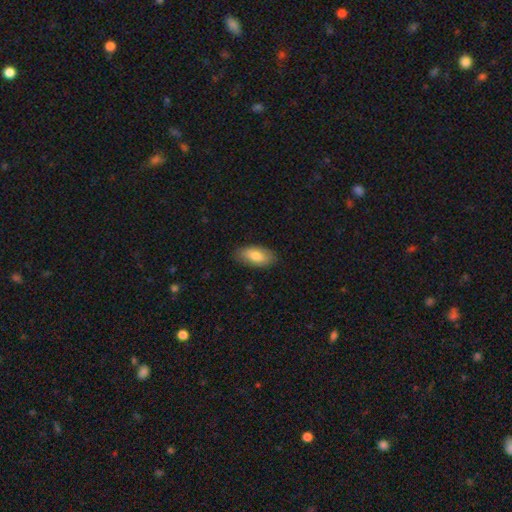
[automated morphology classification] Smooth or featured? Predicted: smooth (p=0.81). How rounded? Predicted: in between (p=0.91). Merging? Predicted: none (p=0.84).